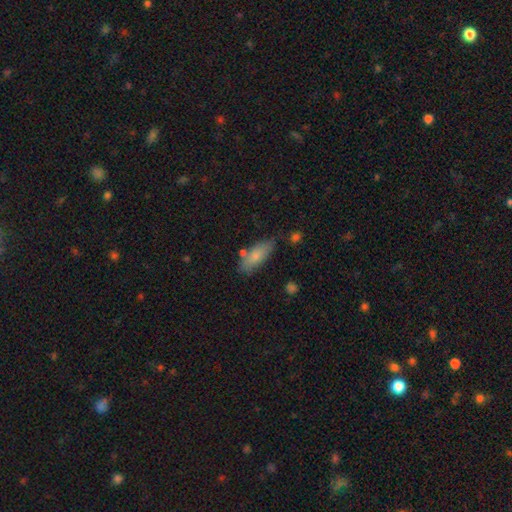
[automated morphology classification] Smooth or featured?
  - smooth: 79% *
  - featured or disk: 14%
  - star or artifact: 7%
How rounded?
  - in between: 74% *
  - cigar-shaped: 23%
  - round: 2%
Merging?
  - none: 69% *
  - minor disturbance: 18%
  - merger: 8%
  - major disturbance: 4%